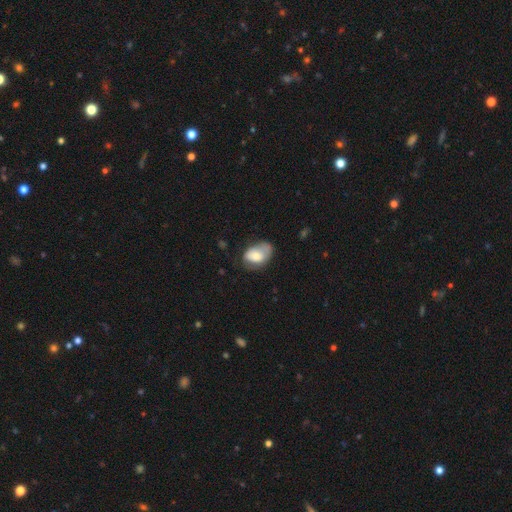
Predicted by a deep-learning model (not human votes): Smooth or featured? smooth (67%)
How rounded? in between (84%)
Merging? none (38%)